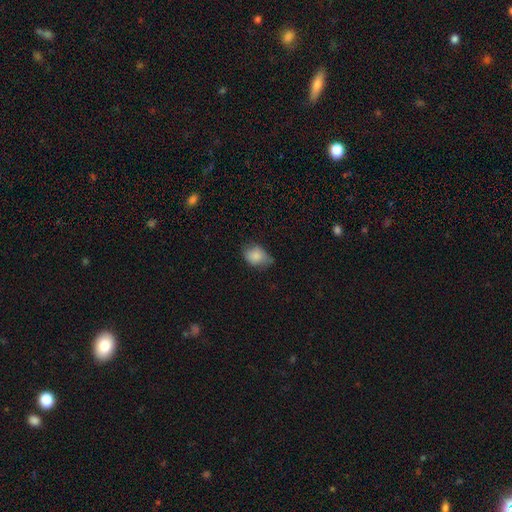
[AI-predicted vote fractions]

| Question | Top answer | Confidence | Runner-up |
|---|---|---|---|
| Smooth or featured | smooth | 82% | featured or disk (10%) |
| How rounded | in between | 71% | round (28%) |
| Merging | none | 48% | minor disturbance (40%) |